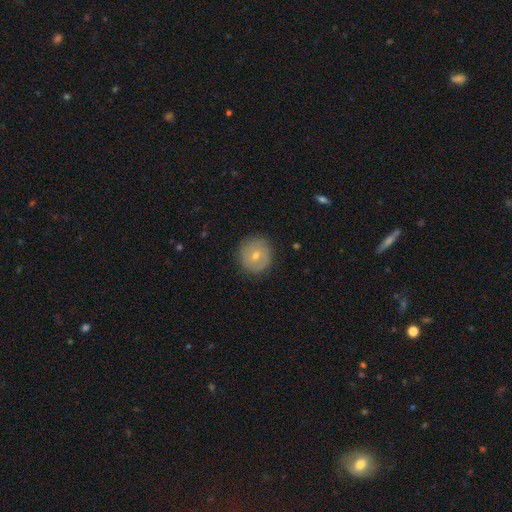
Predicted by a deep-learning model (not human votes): smooth 57%, featured or disk 35%, star or artifact 8%. Down the decision tree: how rounded — round (90%); merging — none (86%).